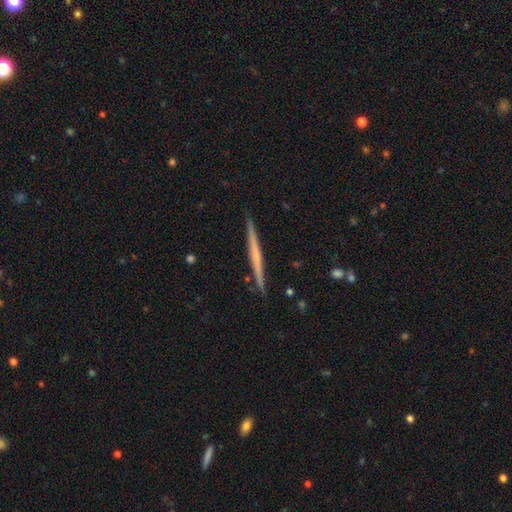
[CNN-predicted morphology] Smooth or featured?
  - featured or disk: 57% *
  - smooth: 37%
  - star or artifact: 5%
Edge-on disk?
  - yes: 98% *
  - no: 2%
Edge-on bulge?
  - none: 80% *
  - rounded: 15%
  - boxy: 5%
Merging?
  - none: 92% *
  - minor disturbance: 6%
  - merger: 1%
  - major disturbance: 1%